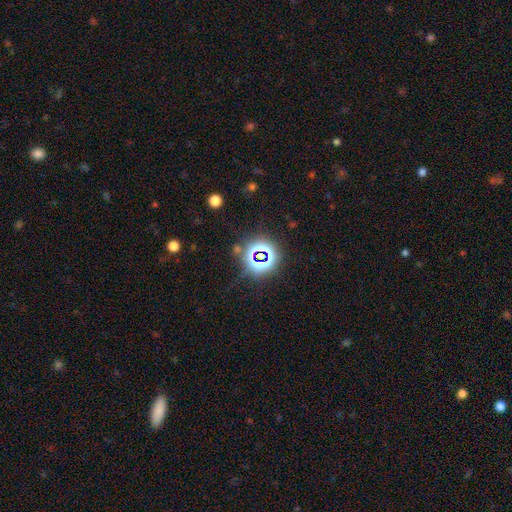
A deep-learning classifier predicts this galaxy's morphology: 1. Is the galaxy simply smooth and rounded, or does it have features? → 74% star or artifact, 18% smooth, 8% featured or disk.